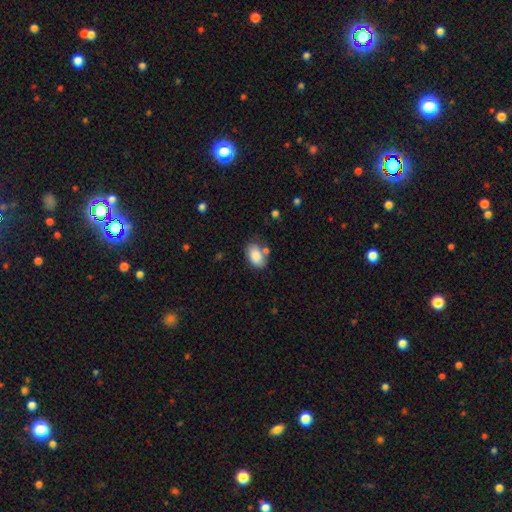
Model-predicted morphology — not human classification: smooth 86%, featured or disk 7%, star or artifact 7%. Down the decision tree: how rounded — in between (90%); merging — none (65%).